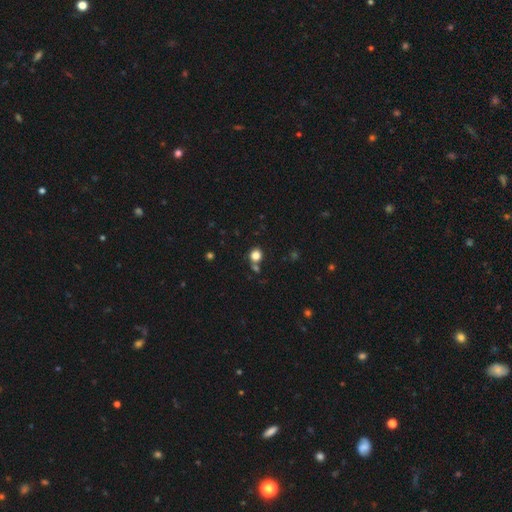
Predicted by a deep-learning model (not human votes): Overall: smooth (82%). How rounded: round (83%). Merging: none (72%).